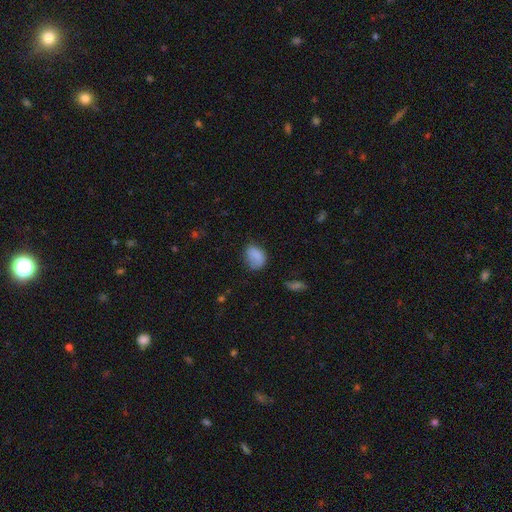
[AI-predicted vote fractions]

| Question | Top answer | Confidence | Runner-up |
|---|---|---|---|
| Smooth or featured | smooth | 82% | star or artifact (9%) |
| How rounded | in between | 72% | round (27%) |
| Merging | none | 58% | minor disturbance (28%) |